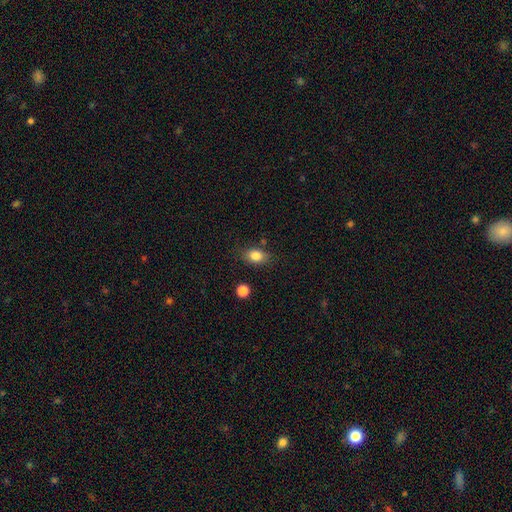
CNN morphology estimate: Q: Smooth or featured?
A: smooth (84%); runner-up: star or artifact (9%)
Q: How rounded?
A: in between (74%); runner-up: round (24%)
Q: Merging?
A: none (79%); runner-up: minor disturbance (14%)